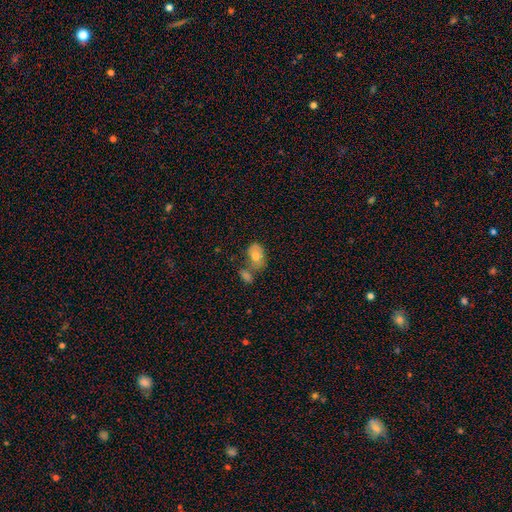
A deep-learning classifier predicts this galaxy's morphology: smooth 71%, featured or disk 21%, star or artifact 8%. Down the decision tree: how rounded — in between (83%); merging — none (43%).